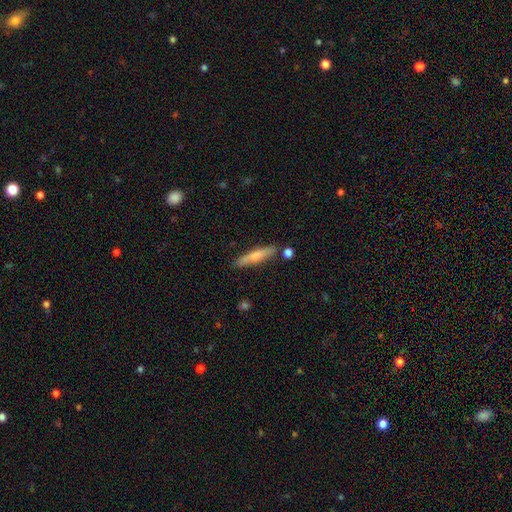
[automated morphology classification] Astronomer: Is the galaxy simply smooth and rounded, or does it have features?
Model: smooth — 62%.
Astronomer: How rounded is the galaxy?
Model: cigar-shaped — 89%.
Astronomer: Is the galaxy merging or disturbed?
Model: none — 83%.